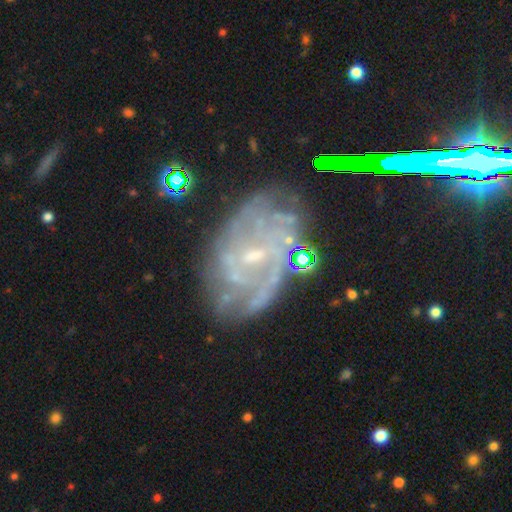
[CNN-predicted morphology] This appears to be a featured or disk galaxy (79%) with a weak bar (47%), tight (49%) spiral arms (84%) and a small central bulge (69%). Merging: none (65%).